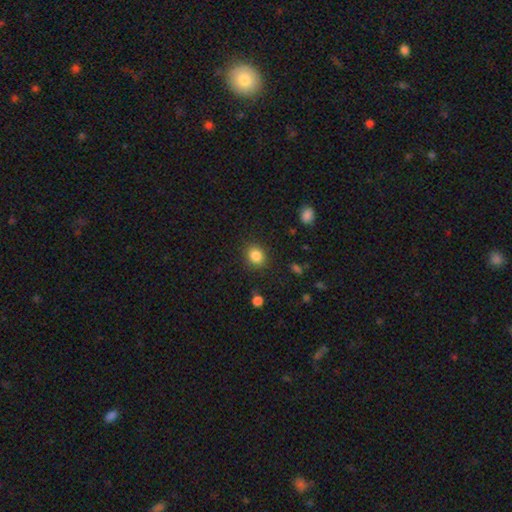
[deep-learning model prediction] smooth_or_featured: smooth (p=0.85) [alt: star or artifact p=0.10]
how_rounded: round (p=0.66) [alt: in between p=0.33]
merging: none (p=0.87) [alt: minor disturbance p=0.09]